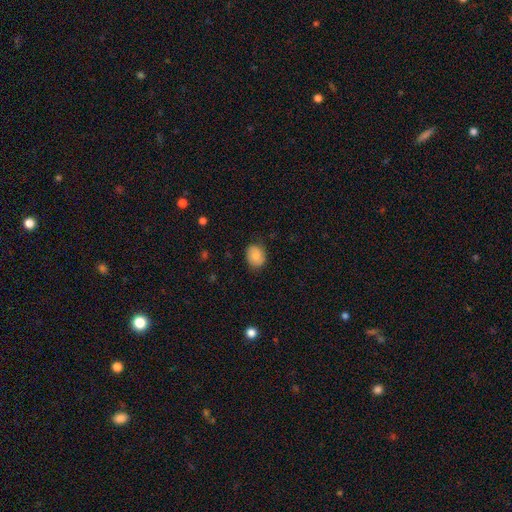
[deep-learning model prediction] Q: Smooth or featured?
A: smooth (79%); runner-up: featured or disk (14%)
Q: How rounded?
A: in between (51%); runner-up: round (48%)
Q: Merging?
A: none (78%); runner-up: minor disturbance (17%)